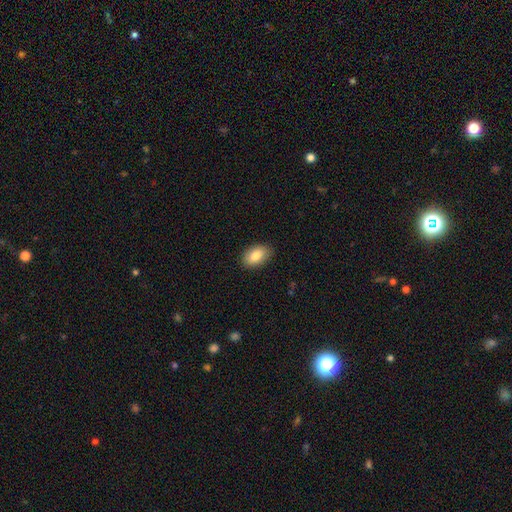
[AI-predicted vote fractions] smooth 83%, featured or disk 10%, star or artifact 7%. Down the decision tree: how rounded — in between (90%); merging — none (88%).